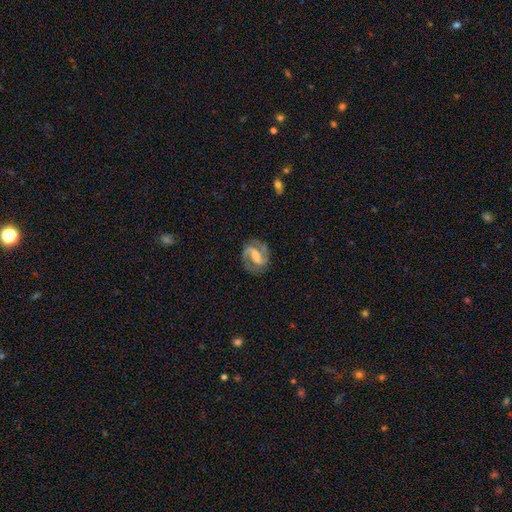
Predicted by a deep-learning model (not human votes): featured or disk 87%, smooth 8%, star or artifact 5%. Down the decision tree: edge-on disk — no (98%); bar — weak (45%); spiral arms — yes (97%); spiral arm count — 2 (91%); spiral winding — medium (55%); bulge size — moderate (43%); merging — none (78%).